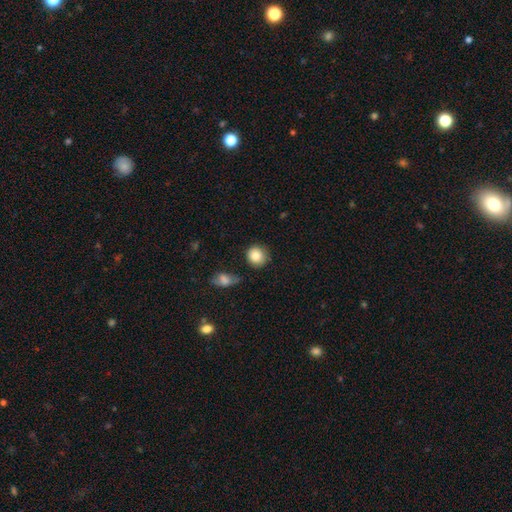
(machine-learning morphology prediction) This is clearly a smooth galaxy (86%). How rounded: clearly round (86%). Merging: likely none (77%).